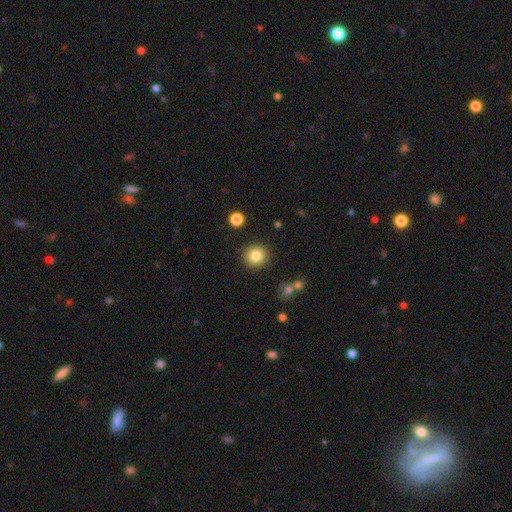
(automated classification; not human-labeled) Smooth or featured?
  - smooth: 83% *
  - star or artifact: 10%
  - featured or disk: 7%
How rounded?
  - round: 91% *
  - in between: 8%
  - cigar-shaped: 1%
Merging?
  - none: 89% *
  - minor disturbance: 6%
  - major disturbance: 2%
  - merger: 2%